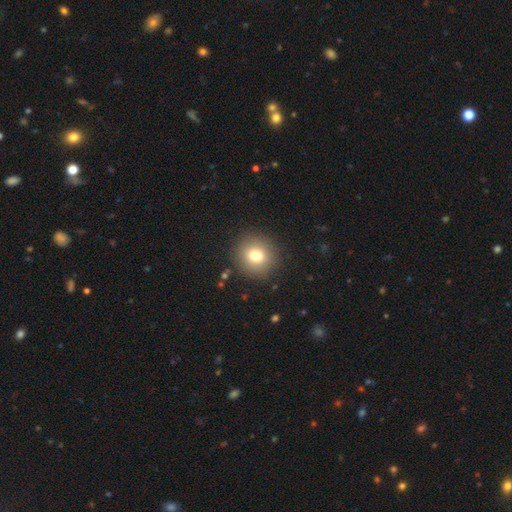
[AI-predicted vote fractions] Q: Smooth or featured?
A: smooth (78%); runner-up: featured or disk (11%)
Q: How rounded?
A: round (88%); runner-up: in between (11%)
Q: Merging?
A: none (89%); runner-up: minor disturbance (7%)